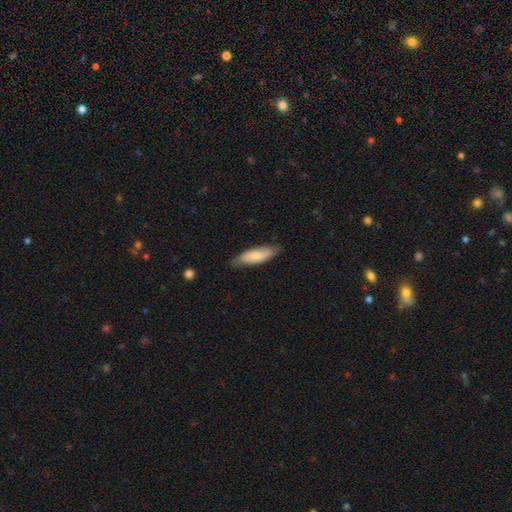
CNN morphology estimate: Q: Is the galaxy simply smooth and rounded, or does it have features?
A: smooth — 69%.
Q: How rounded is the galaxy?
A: in between — 54%.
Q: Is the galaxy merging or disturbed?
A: none — 73%.